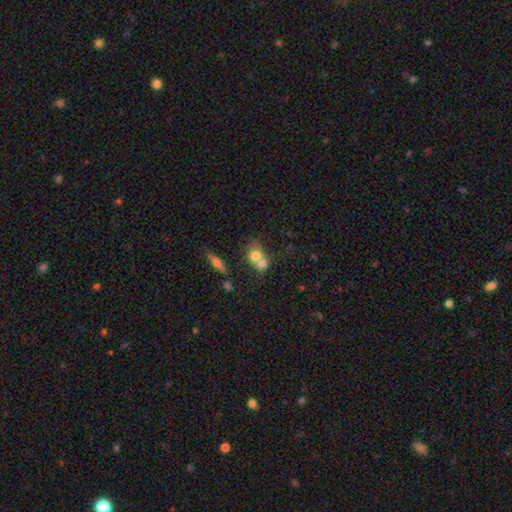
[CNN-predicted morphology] Smooth or featured? Predicted: smooth (p=0.67). How rounded? Predicted: round (p=0.65). Merging? Predicted: merger (p=0.64).